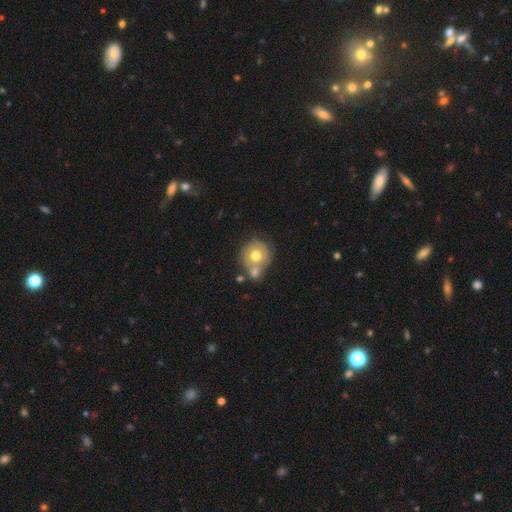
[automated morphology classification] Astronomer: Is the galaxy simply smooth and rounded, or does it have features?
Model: smooth — 63%.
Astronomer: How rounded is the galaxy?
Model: round — 88%.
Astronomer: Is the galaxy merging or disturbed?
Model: none — 43% (runner-up: merger, 40%).